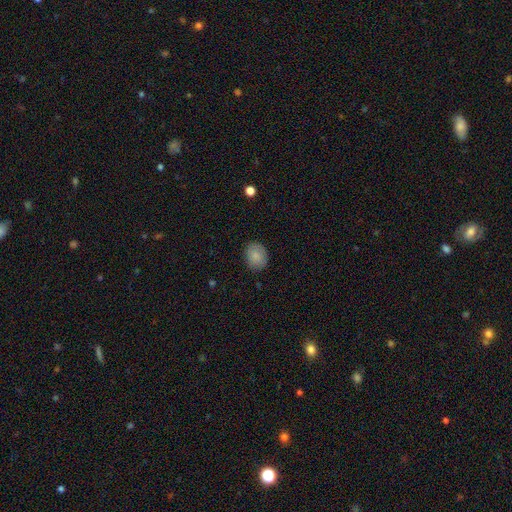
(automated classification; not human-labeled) smooth_or_featured: smooth (p=0.85) [alt: star or artifact p=0.08]
how_rounded: in between (p=0.53) [alt: round p=0.46]
merging: none (p=0.86) [alt: minor disturbance p=0.10]